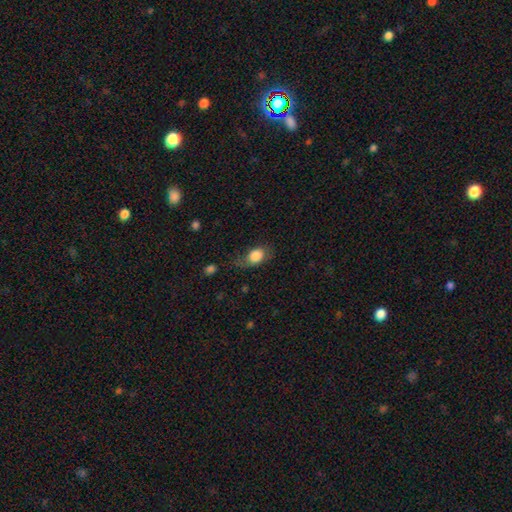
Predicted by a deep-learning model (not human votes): The model was most divided on "merging": none: 51%, minor disturbance: 31%, major disturbance: 16%, merger: 3%. More confident: smooth or featured — smooth (83%); how rounded — in between (72%).